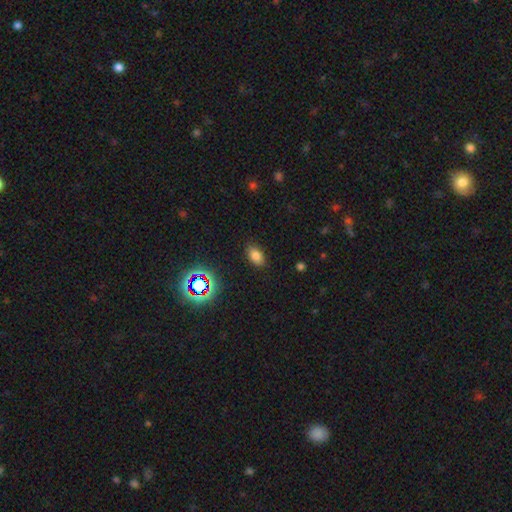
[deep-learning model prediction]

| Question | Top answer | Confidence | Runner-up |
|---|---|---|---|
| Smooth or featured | smooth | 76% | star or artifact (16%) |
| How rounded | in between | 88% | round (9%) |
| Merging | none | 85% | minor disturbance (10%) |